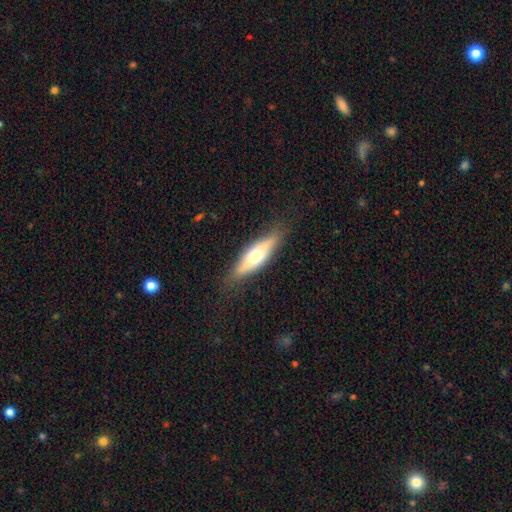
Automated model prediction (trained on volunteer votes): This is possibly a smooth galaxy (54%). How rounded: possibly cigar-shaped (52%). Merging: clearly none (81%).